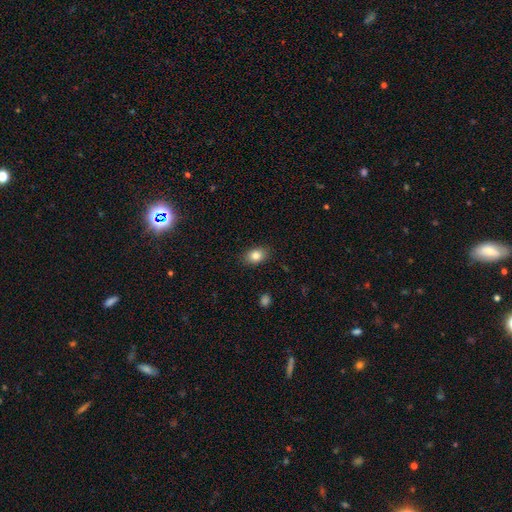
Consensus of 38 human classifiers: Smooth or featured?
  - smooth: 84% *
  - featured or disk: 11%
  - star or artifact: 5%
How rounded?
  - in between: 72% *
  - round: 28%
  - cigar-shaped: 0%
Merging?
  - none: 97% *
  - major disturbance: 3%
  - minor disturbance: 0%
  - merger: 0%